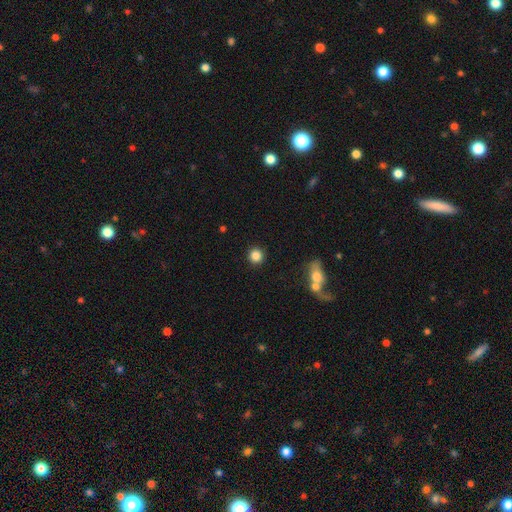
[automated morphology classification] A smooth galaxy with no disk features (85%) that is round (95%).

Vote fractions:
- Smooth or featured? smooth: 85% / star or artifact: 11% / featured or disk: 5%
- How rounded? round: 95% / in between: 4% / cigar-shaped: 1%
- Merging? none: 91% / minor disturbance: 4% / merger: 2% / major disturbance: 2%